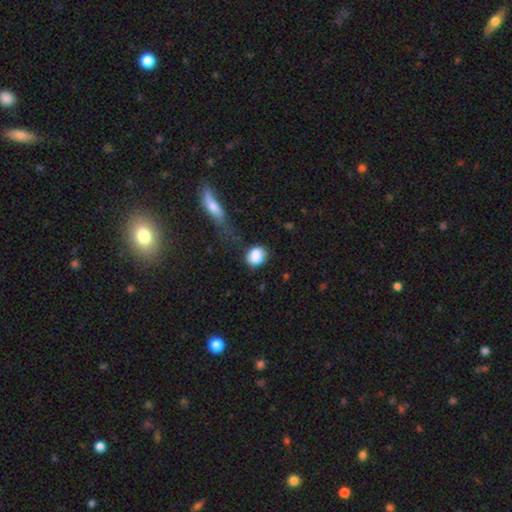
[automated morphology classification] This appears to be a smooth galaxy with no disk features (85%) that is round (56%). Merging: none (57%).